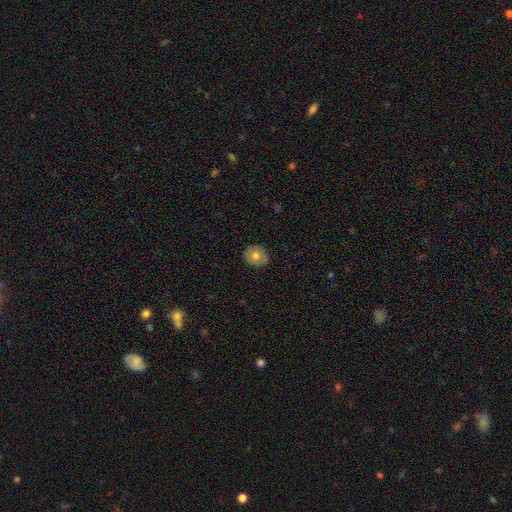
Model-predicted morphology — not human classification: Smooth or featured? smooth (68%)
How rounded? round (71%)
Merging? none (85%)